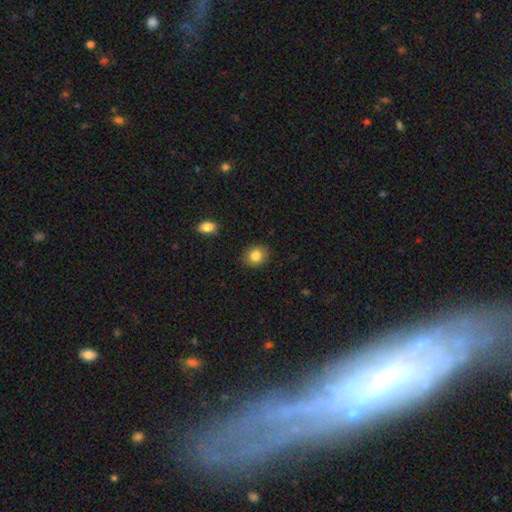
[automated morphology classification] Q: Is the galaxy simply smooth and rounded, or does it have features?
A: smooth — 84%.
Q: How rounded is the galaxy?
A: round — 64%.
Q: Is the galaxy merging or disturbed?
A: none — 88%.